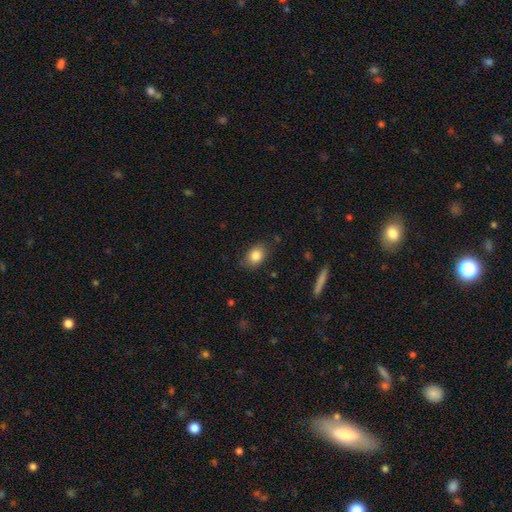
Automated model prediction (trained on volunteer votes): This appears to be a smooth galaxy with no disk features (84%) that is in between round and cigar-shaped (69%). Merging: none (79%).